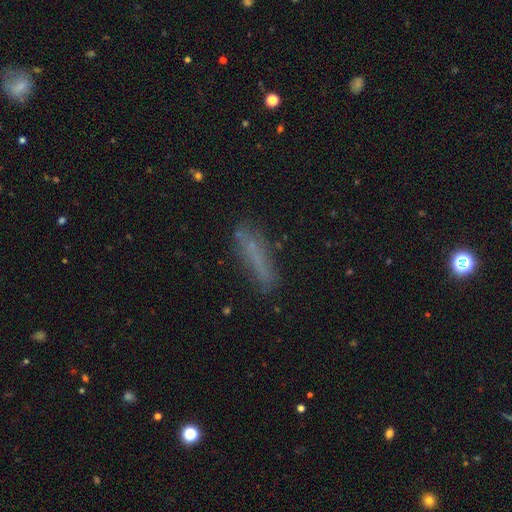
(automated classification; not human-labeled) The model was most divided on "smooth or featured": smooth: 62%, featured or disk: 25%, star or artifact: 13%. More confident: how rounded — cigar-shaped (81%); merging — none (72%).